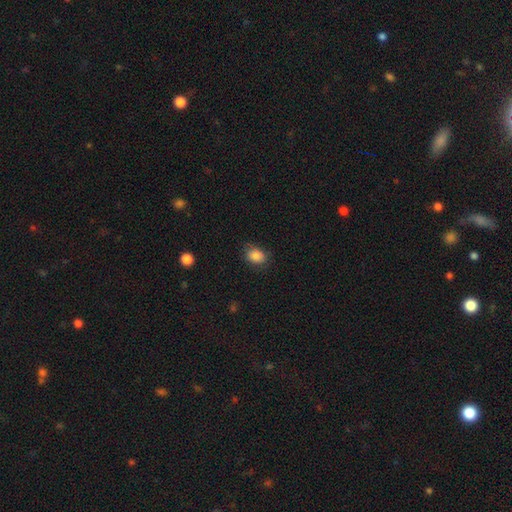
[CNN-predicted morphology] This appears to be a smooth galaxy with no disk features (85%) that is in between round and cigar-shaped (68%). Merging: none (74%).